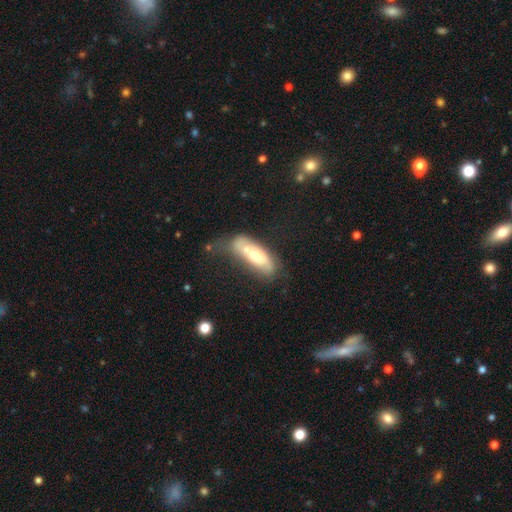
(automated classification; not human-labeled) This appears to be a smooth galaxy with no disk features (52%) that is in between round and cigar-shaped (67%). Merging: merger (34%).